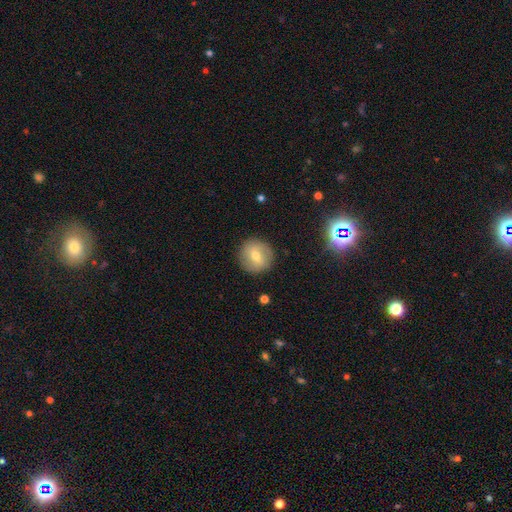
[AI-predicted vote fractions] Overall: smooth (58%; featured or disk 33%). How rounded: round (92%). Merging: none (88%).